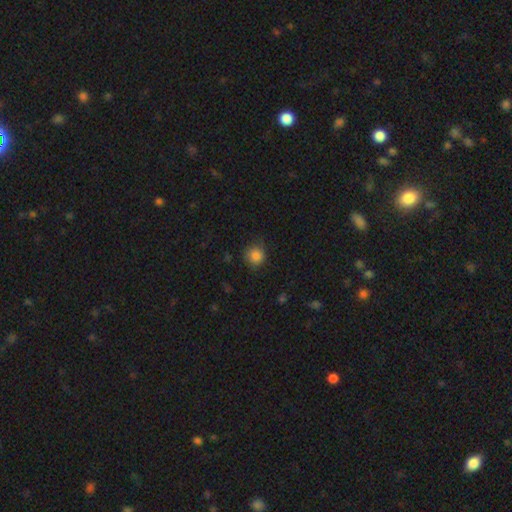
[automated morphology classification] Q: Smooth or featured?
A: smooth (85%); runner-up: star or artifact (11%)
Q: How rounded?
A: round (89%); runner-up: in between (10%)
Q: Merging?
A: none (76%); runner-up: minor disturbance (18%)